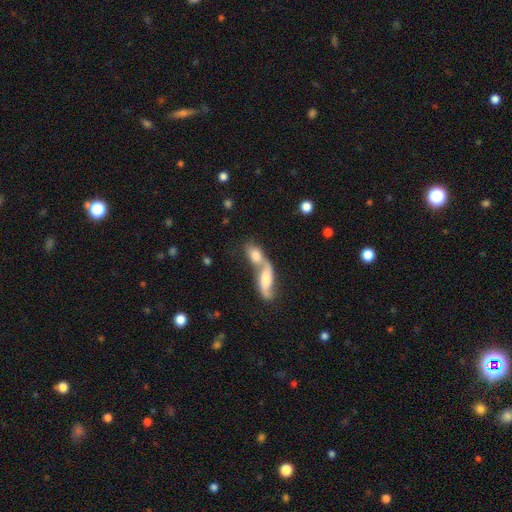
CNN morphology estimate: The model was most divided on "smooth or featured": smooth: 61%, featured or disk: 32%, star or artifact: 8%. More confident: merging — merger (74%); how rounded — in between (73%).